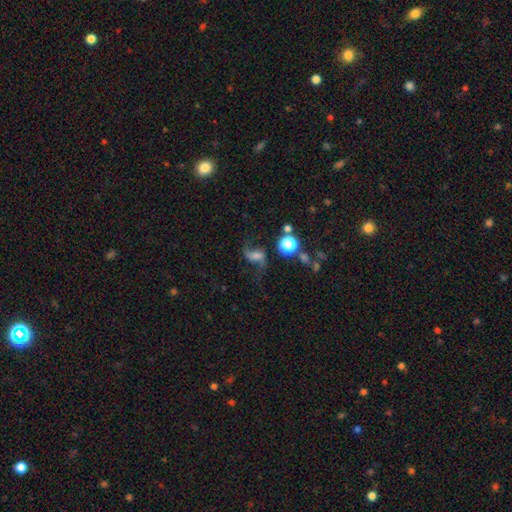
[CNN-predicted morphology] This is likely a featured or disk galaxy (61%). It is clearly not viewed edge-on (96%). Bar: marginally weak (41%). Spiral arm pattern: clearly yes (91%). Spiral arm count: clearly 2 (88%). Spiral winding: clearly loose (87%). Central bulge: marginally none (34%). Merging: possibly none (57%).